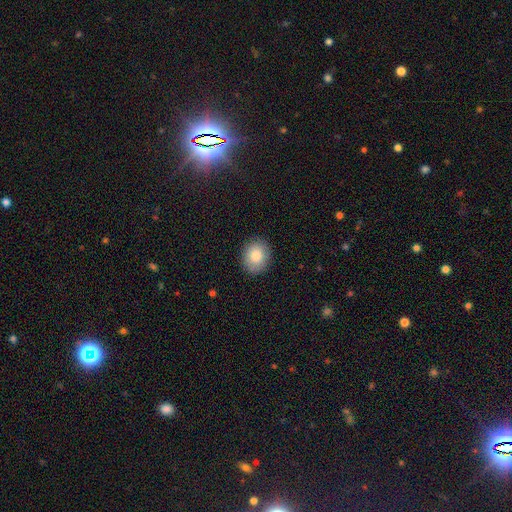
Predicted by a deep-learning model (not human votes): Smooth or featured? Predicted: smooth (p=0.85). How rounded? Predicted: round (p=0.55). Merging? Predicted: none (p=0.88).